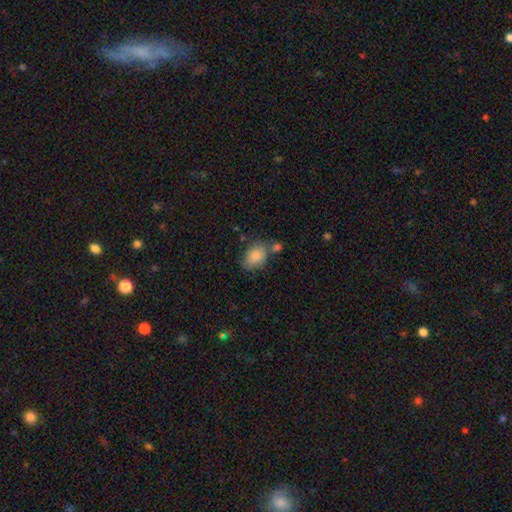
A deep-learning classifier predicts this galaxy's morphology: Q: Smooth or featured?
A: smooth (85%); runner-up: featured or disk (7%)
Q: How rounded?
A: in between (81%); runner-up: round (18%)
Q: Merging?
A: none (57%); runner-up: minor disturbance (20%)